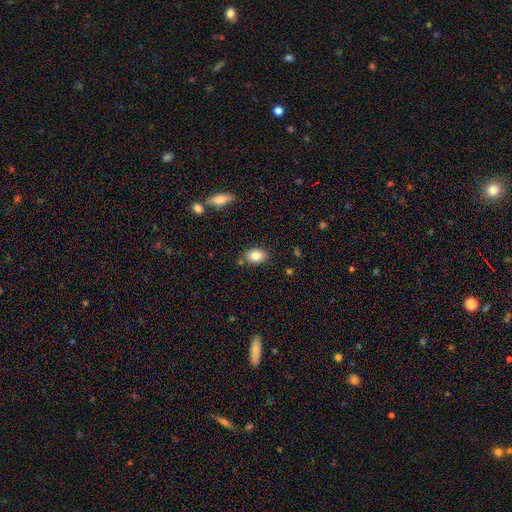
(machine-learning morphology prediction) Q: Smooth or featured?
A: smooth (84%); runner-up: star or artifact (9%)
Q: How rounded?
A: in between (70%); runner-up: round (28%)
Q: Merging?
A: none (83%); runner-up: minor disturbance (11%)